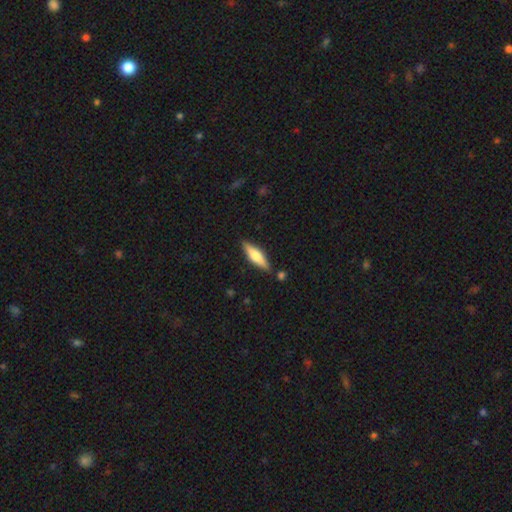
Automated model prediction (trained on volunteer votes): Smooth or featured? smooth (50%)
Merging? none (85%)